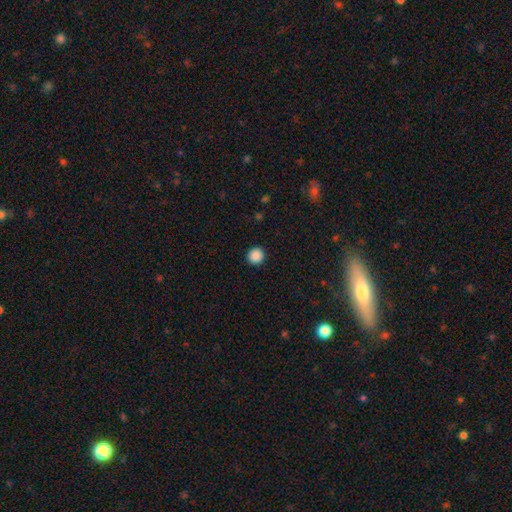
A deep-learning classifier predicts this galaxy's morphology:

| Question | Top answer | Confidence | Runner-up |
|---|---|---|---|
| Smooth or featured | smooth | 88% | star or artifact (10%) |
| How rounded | round | 94% | in between (5%) |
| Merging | none | 92% | minor disturbance (5%) |